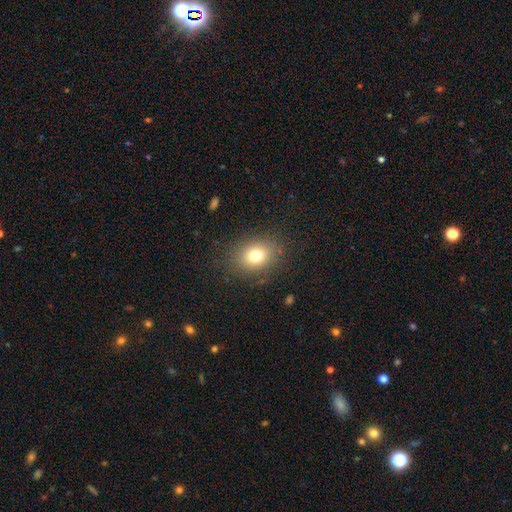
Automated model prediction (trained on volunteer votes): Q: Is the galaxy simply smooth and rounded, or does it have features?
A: smooth — 76%.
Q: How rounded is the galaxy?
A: in between — 57%.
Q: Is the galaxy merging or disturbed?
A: none — 85%.